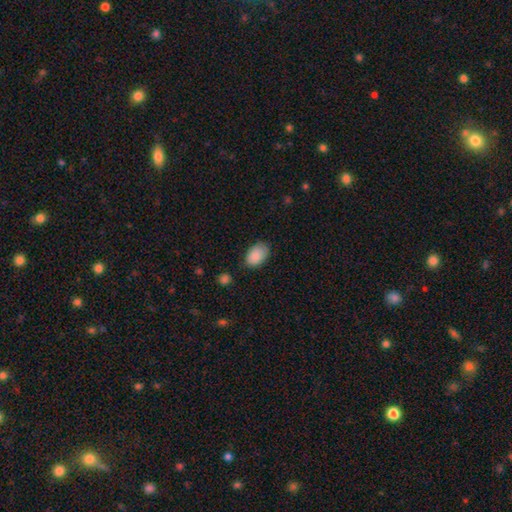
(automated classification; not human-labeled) Smooth or featured? smooth (88%)
How rounded? in between (90%)
Merging? none (75%)